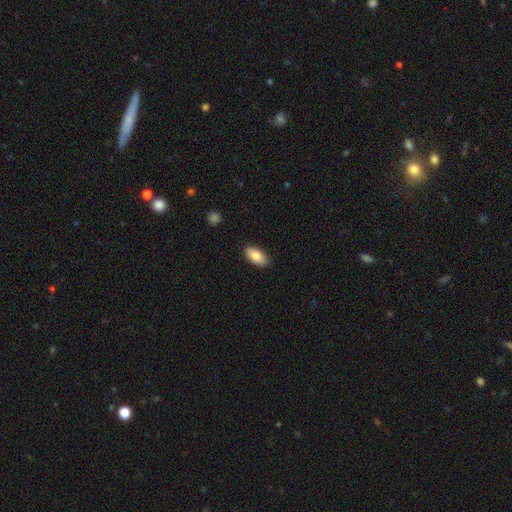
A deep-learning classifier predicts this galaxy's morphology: Smooth or featured: smooth — 87% (featured or disk — 7%)
How rounded: in between — 93% (cigar-shaped — 5%)
Merging: none — 88% (minor disturbance — 9%)